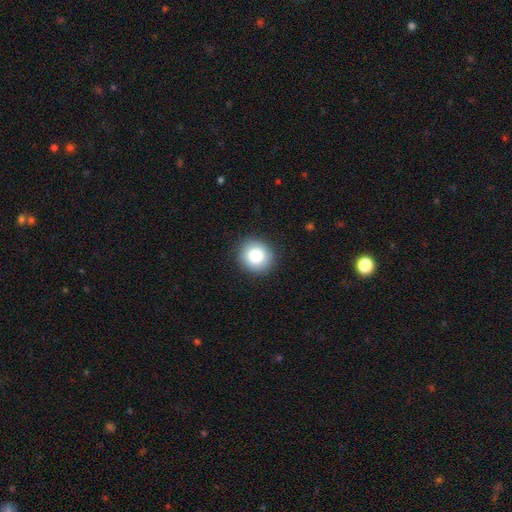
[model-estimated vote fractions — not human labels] Morphology: type=smooth (83%); roundness=round (89%); merging=none (90%).